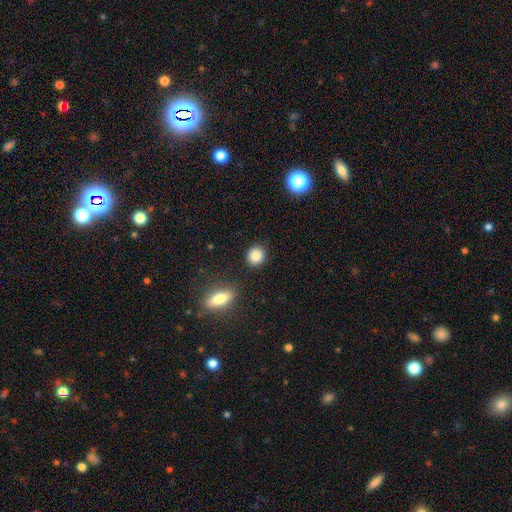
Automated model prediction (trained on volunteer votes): Smooth or featured? Predicted: smooth (p=0.87). How rounded? Predicted: round (p=0.80). Merging? Predicted: none (p=0.88).